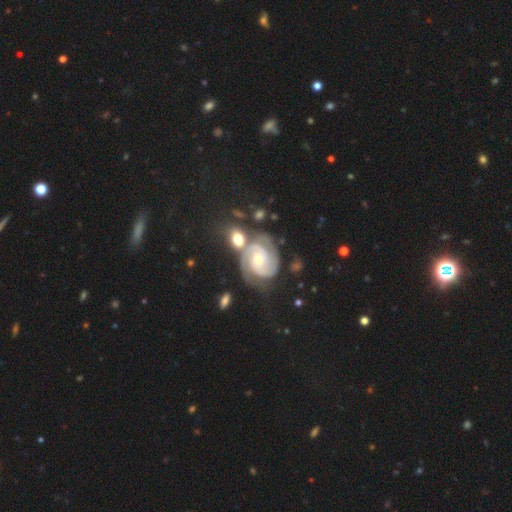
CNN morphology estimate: Smooth or featured?
  - featured or disk: 84% *
  - star or artifact: 9%
  - smooth: 7%
Edge-on disk?
  - no: 98% *
  - yes: 2%
Bar?
  - no: 59% *
  - weak: 30%
  - strong: 11%
Spiral arms?
  - yes: 97% *
  - no: 3%
Spiral winding?
  - tight: 71% *
  - medium: 25%
  - loose: 5%
Spiral arm count?
  - 2: 65% *
  - 3: 15%
  - can't tell: 9%
  - 1: 4%
  - 4: 4%
  - more than 4: 4%
Bulge size?
  - small: 48% * (tied)
  - moderate: 48% * (tied)
  - large: 2%
  - none: 1%
  - dominant: 1%
Merging?
  - none: 64% *
  - minor disturbance: 17%
  - merger: 12%
  - major disturbance: 8%